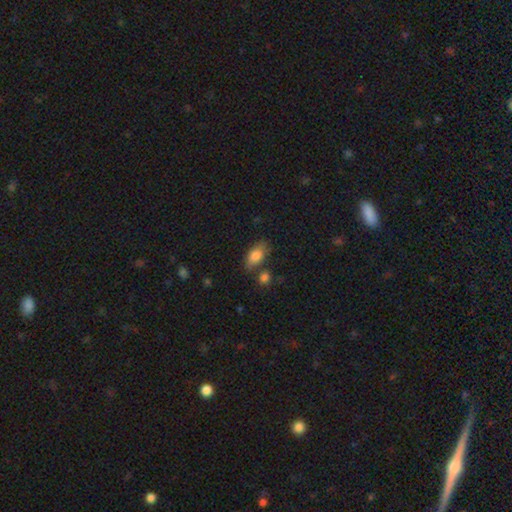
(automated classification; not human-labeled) Overall: smooth (81%). How rounded: in between (88%). Merging: none (64%).